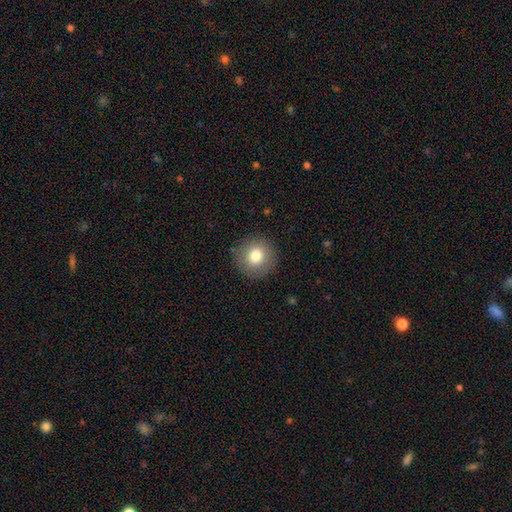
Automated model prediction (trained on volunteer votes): This appears to be a smooth galaxy with no disk features (78%) that is round (94%). Merging: none (89%).